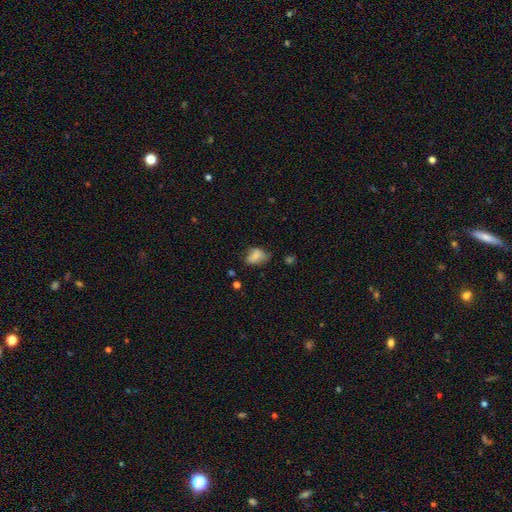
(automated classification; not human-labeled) Q: Smooth or featured?
A: smooth (69%); runner-up: featured or disk (21%)
Q: How rounded?
A: in between (79%); runner-up: round (19%)
Q: Merging?
A: none (46%); runner-up: minor disturbance (34%)